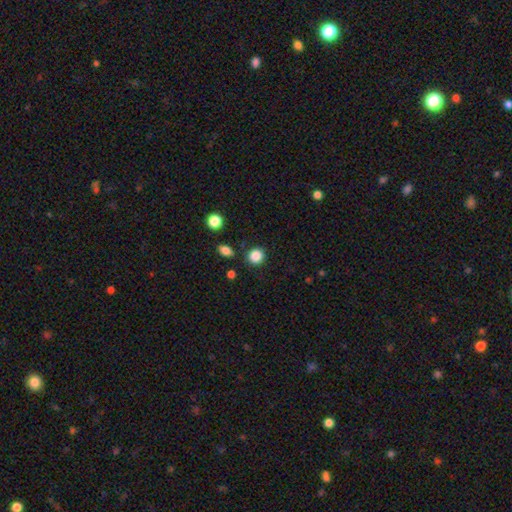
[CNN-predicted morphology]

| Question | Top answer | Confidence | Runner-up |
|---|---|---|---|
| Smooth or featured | smooth | 86% | star or artifact (10%) |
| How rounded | round | 88% | in between (11%) |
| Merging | none | 86% | minor disturbance (8%) |